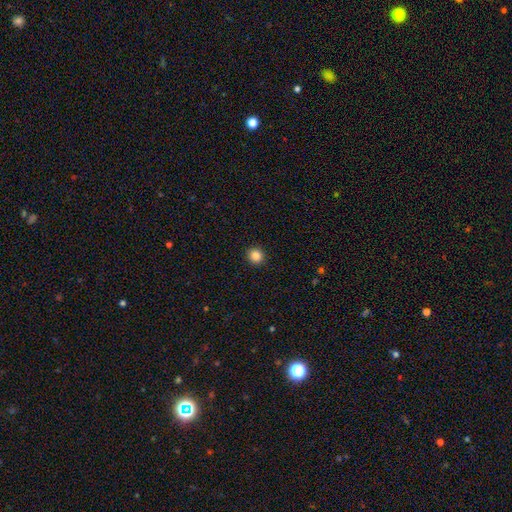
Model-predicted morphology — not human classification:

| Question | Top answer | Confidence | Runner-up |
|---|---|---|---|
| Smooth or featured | smooth | 85% | star or artifact (11%) |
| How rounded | round | 92% | in between (7%) |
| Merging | none | 93% | minor disturbance (5%) |